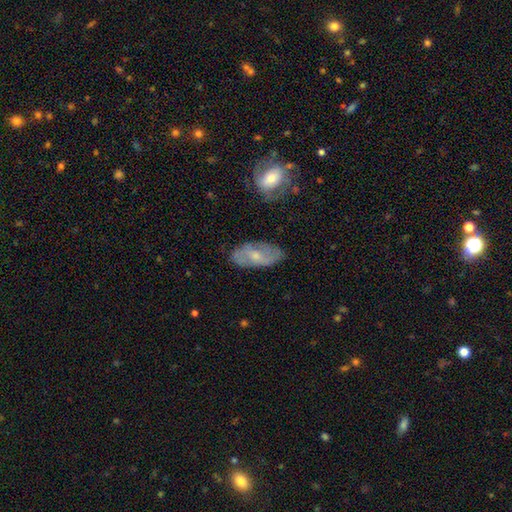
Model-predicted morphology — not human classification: Smooth or featured?
  - featured or disk: 55% *
  - smooth: 38%
  - star or artifact: 7%
Edge-on disk?
  - no: 90% *
  - yes: 10%
Merging?
  - none: 74% *
  - minor disturbance: 18%
  - major disturbance: 5%
  - merger: 3%